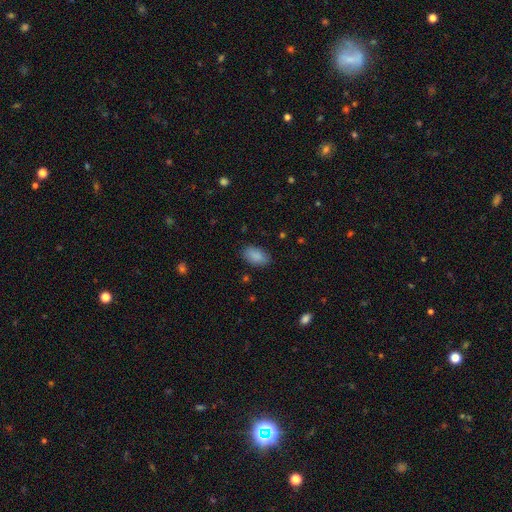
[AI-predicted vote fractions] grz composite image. It shows a smooth galaxy with no disk features (89%) that is in between round and cigar-shaped (93%). Merging: none (84%).